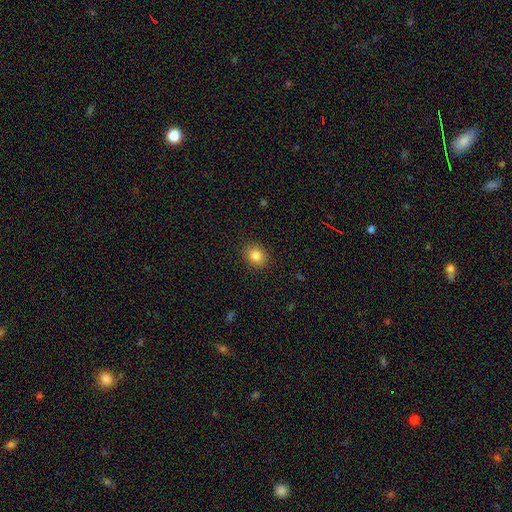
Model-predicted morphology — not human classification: smooth_or_featured: smooth (p=0.84) [alt: star or artifact p=0.10]
how_rounded: round (p=0.53) [alt: in between p=0.46]
merging: none (p=0.89) [alt: minor disturbance p=0.08]